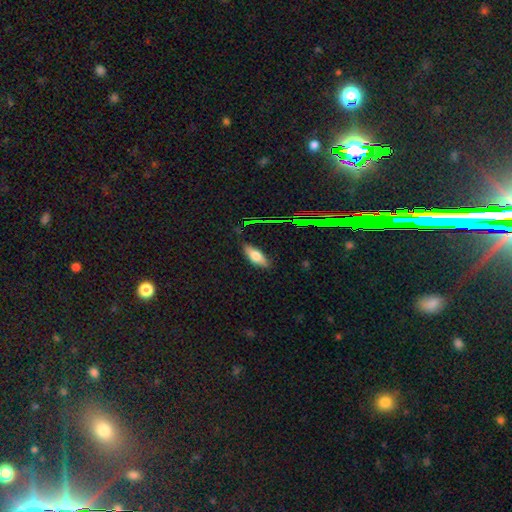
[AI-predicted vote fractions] Overall: smooth (67%). How rounded: in between (68%; cigar-shaped 29%). Merging: none (82%).